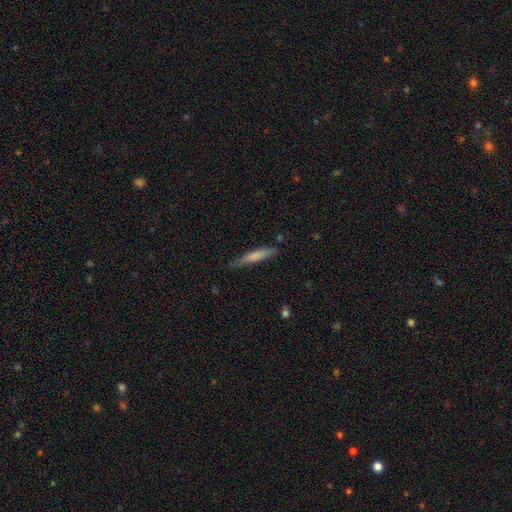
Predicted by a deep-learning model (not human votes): Overall: smooth (67%). How rounded: cigar-shaped (92%). Merging: none (75%).